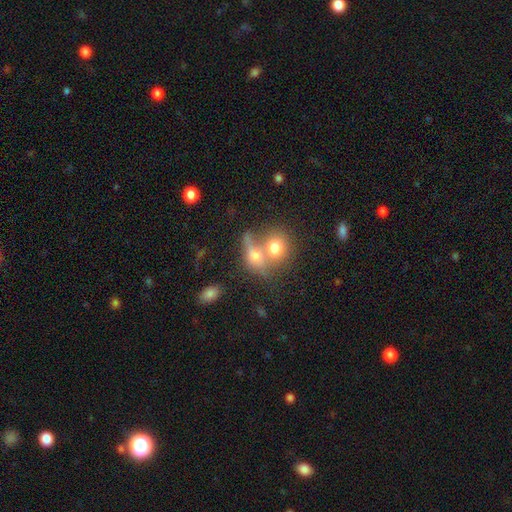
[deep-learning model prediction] Smooth or featured? smooth (65%)
How rounded? in between (49%)
Merging? merger (65%)